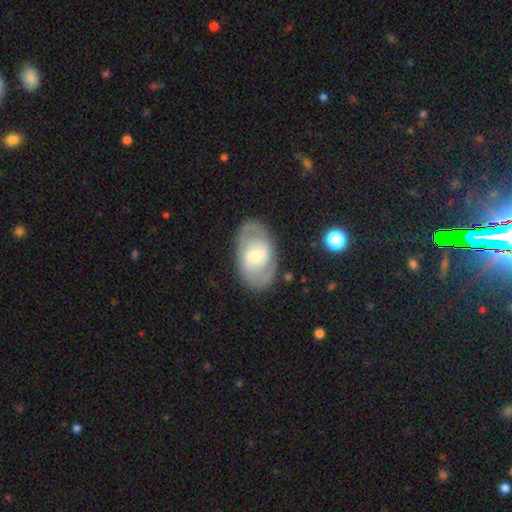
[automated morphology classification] Q: Smooth or featured?
A: featured or disk (64%); runner-up: smooth (31%)
Q: Edge-on disk?
A: no (94%); runner-up: yes (6%)
Q: Bar?
A: no (46%); runner-up: weak (39%)
Q: Spiral arms?
A: yes (59%); runner-up: no (41%)
Q: Bulge size?
A: moderate (50%); runner-up: small (39%)
Q: Merging?
A: none (78%); runner-up: minor disturbance (14%)